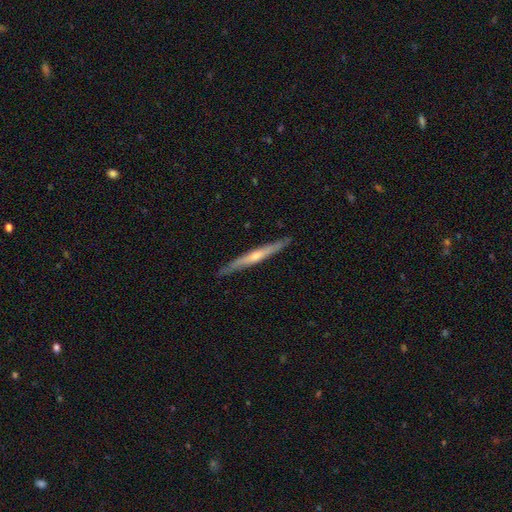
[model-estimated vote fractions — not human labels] This appears to be a featured or disk galaxy (65%) viewed edge-on (96%) with a rounded central bulge (59%). Merging: none (87%).